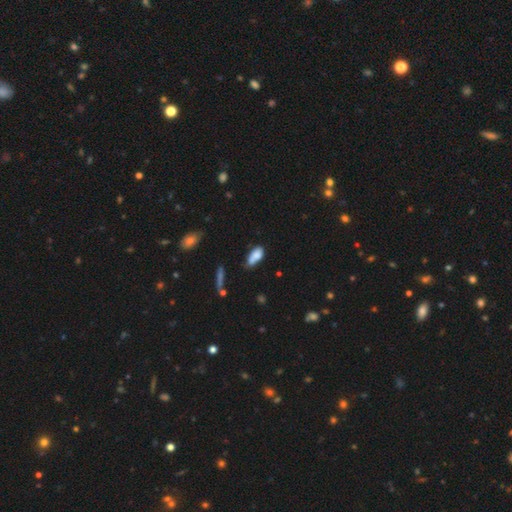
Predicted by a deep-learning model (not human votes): Overall: smooth (79%). How rounded: in between (88%). Merging: none (39%; minor disturbance 35%).